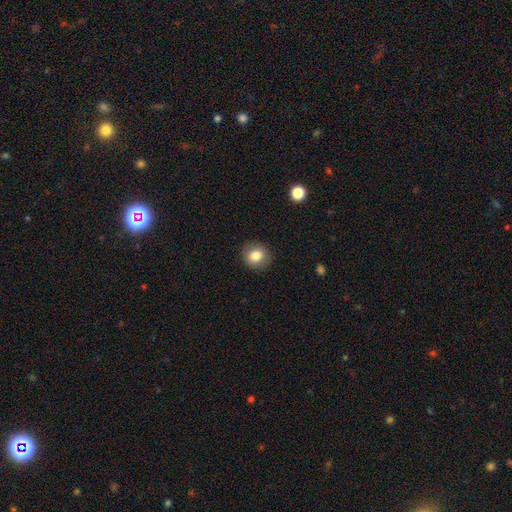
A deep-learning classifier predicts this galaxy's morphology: A smooth galaxy with no disk features (82%) that is round (82%).

Vote fractions:
- Smooth or featured? smooth: 82% / star or artifact: 9% / featured or disk: 8%
- How rounded? round: 82% / in between: 18% / cigar-shaped: 1%
- Merging? none: 89% / minor disturbance: 8% / major disturbance: 2% / merger: 1%